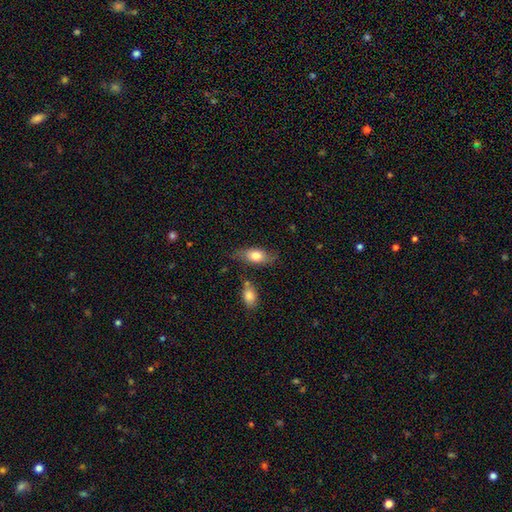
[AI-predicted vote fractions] Q: Smooth or featured?
A: smooth (74%); runner-up: featured or disk (19%)
Q: How rounded?
A: in between (86%); runner-up: cigar-shaped (9%)
Q: Merging?
A: none (67%); runner-up: minor disturbance (21%)